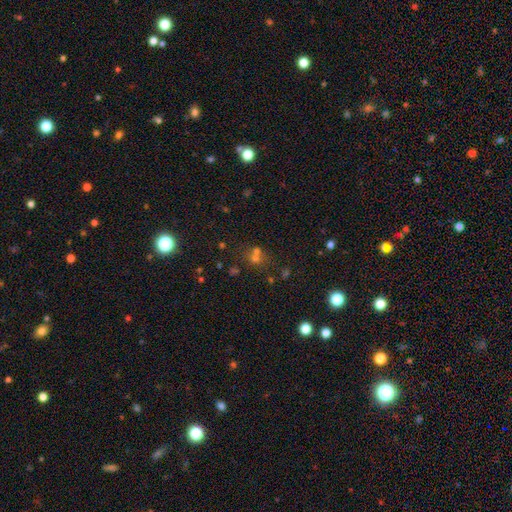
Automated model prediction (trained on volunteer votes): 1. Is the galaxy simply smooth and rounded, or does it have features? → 48% smooth, 39% star or artifact, 13% featured or disk.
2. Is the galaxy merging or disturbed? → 54% none, 34% merger, 8% minor disturbance, 4% major disturbance.